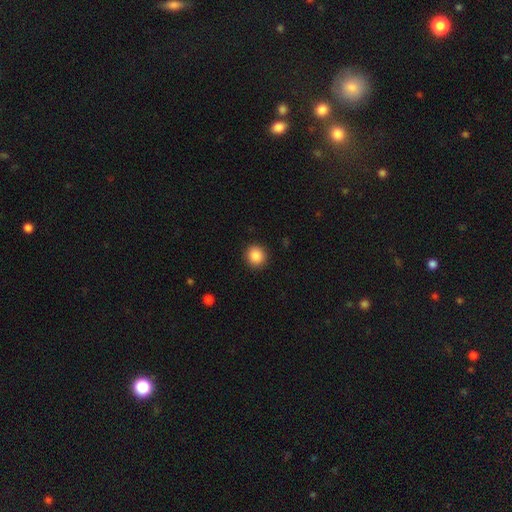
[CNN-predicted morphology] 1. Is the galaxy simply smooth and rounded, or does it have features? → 88% smooth, 9% star or artifact, 3% featured or disk.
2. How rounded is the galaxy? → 90% round, 9% in between, 1% cigar-shaped.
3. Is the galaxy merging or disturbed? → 92% none, 5% minor disturbance, 2% major disturbance, 1% merger.